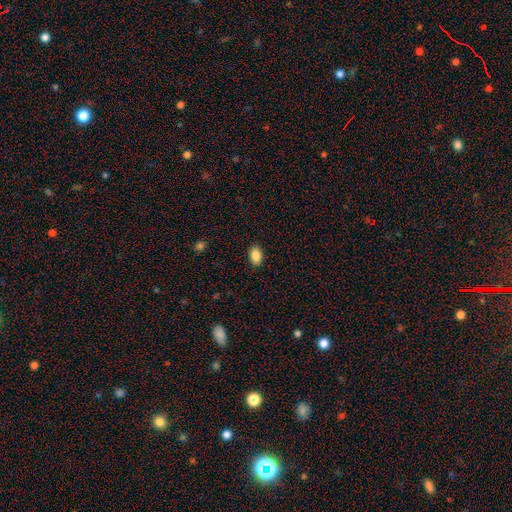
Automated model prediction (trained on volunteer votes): This is clearly a smooth galaxy (88%). How rounded: clearly in between (86%). Merging: clearly none (88%).